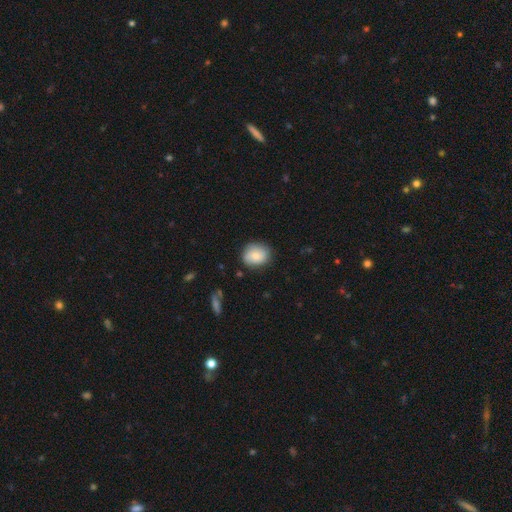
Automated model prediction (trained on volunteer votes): smooth 73%, featured or disk 19%, star or artifact 8%. Down the decision tree: how rounded — round (64%); merging — none (78%).